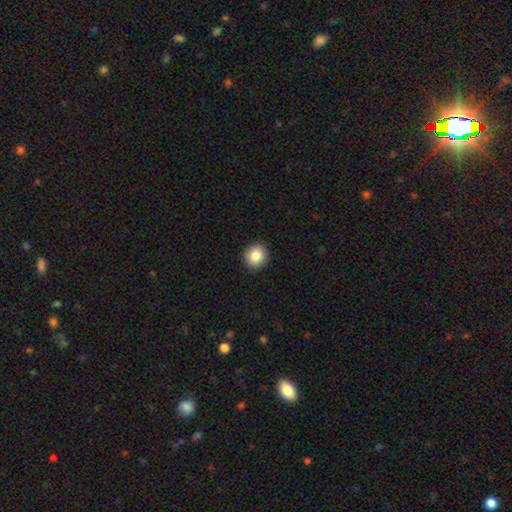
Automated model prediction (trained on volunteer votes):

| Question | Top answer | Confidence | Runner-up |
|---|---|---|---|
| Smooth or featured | smooth | 85% | star or artifact (9%) |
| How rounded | round | 87% | in between (12%) |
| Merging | none | 92% | minor disturbance (6%) |